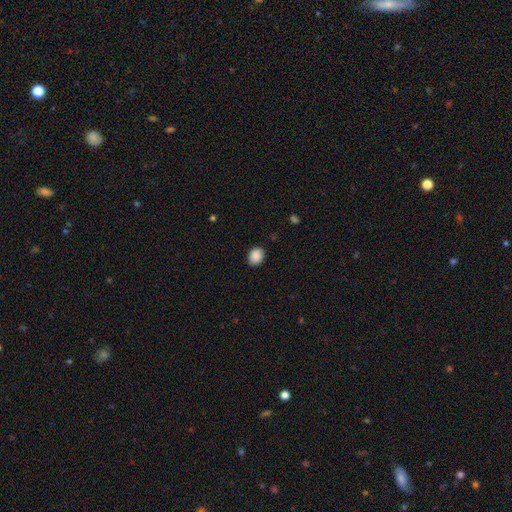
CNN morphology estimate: A smooth galaxy with no disk features (89%) that is in between round and cigar-shaped (56%).

Vote fractions:
- Smooth or featured? smooth: 89% / star or artifact: 8% / featured or disk: 3%
- How rounded? in between: 56% / round: 44% / cigar-shaped: 1%
- Merging? none: 87% / minor disturbance: 10% / major disturbance: 2% / merger: 1%